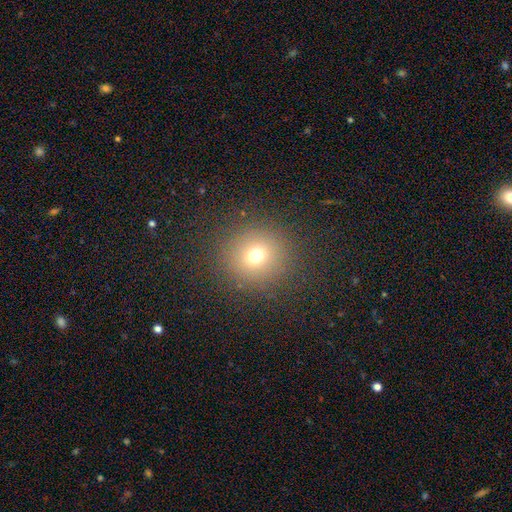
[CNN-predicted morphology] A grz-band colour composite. It shows a smooth galaxy with no disk features (70%) that is round (91%). Merging: none (87%).